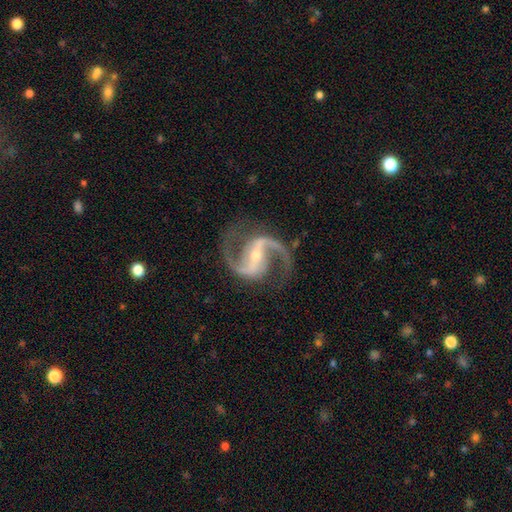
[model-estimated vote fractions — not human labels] Morphology: type=featured or disk (94%); edge-on=no (98%); bar=strong (54%); spiral arms=yes (98%); winding=medium (61%); arm count=2 (95%); bulge=small (63%); merging=none (83%).